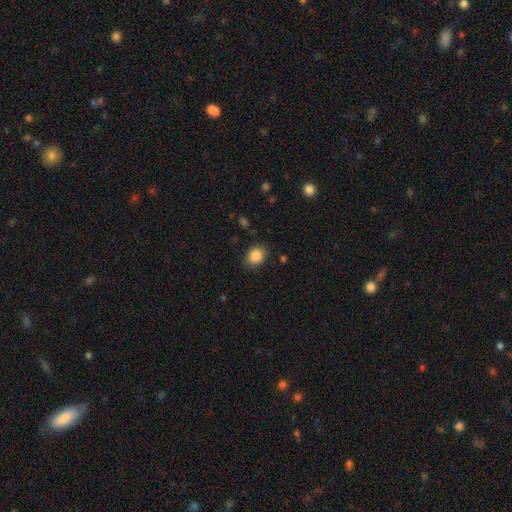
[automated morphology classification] type=smooth (88%); roundness=round (59%); merging=none (84%).